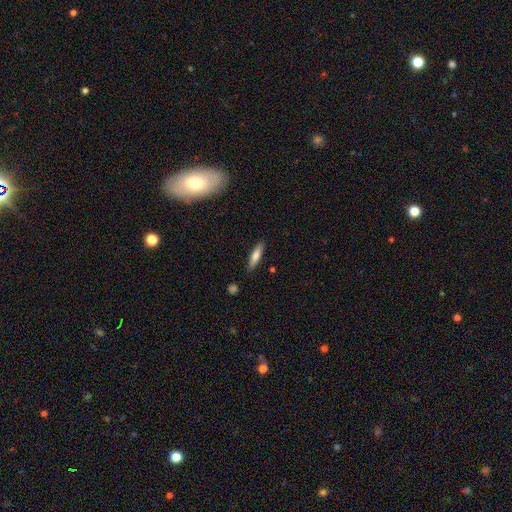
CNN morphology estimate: Smooth or featured? Predicted: smooth (p=0.74). How rounded? Predicted: cigar-shaped (p=0.73). Merging? Predicted: none (p=0.86).